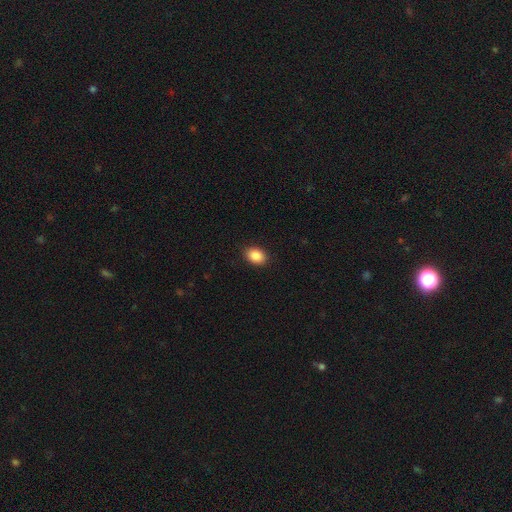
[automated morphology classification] This appears to be a smooth galaxy with no disk features (89%) that is in between round and cigar-shaped (74%). Merging: none (90%).